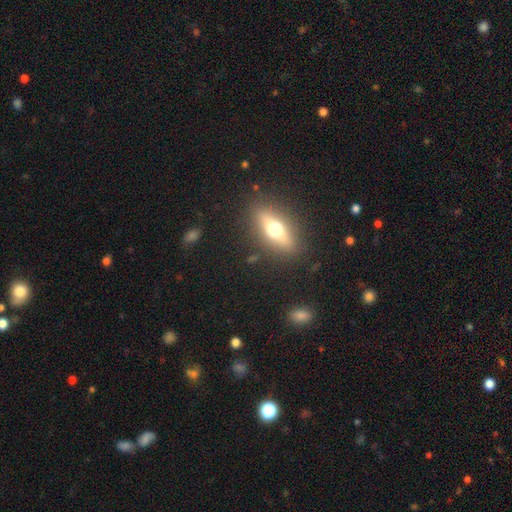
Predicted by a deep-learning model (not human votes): The model was most divided on "smooth or featured": featured or disk: 46%, smooth: 43%, star or artifact: 11%. More confident: merging — none (87%).